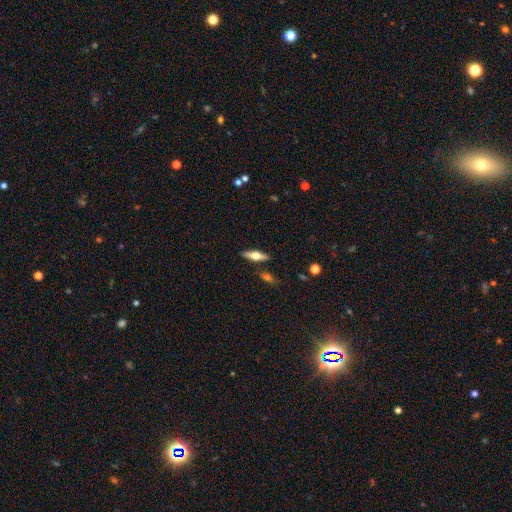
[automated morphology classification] This appears to be a featured or disk galaxy (58%) viewed edge-on (94%) with a rounded central bulge (93%). Merging: none (84%).